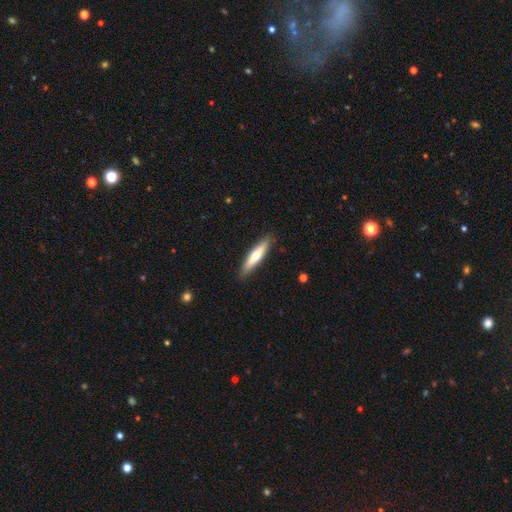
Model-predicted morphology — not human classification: type=smooth (58%); roundness=cigar-shaped (82%); merging=none (89%).